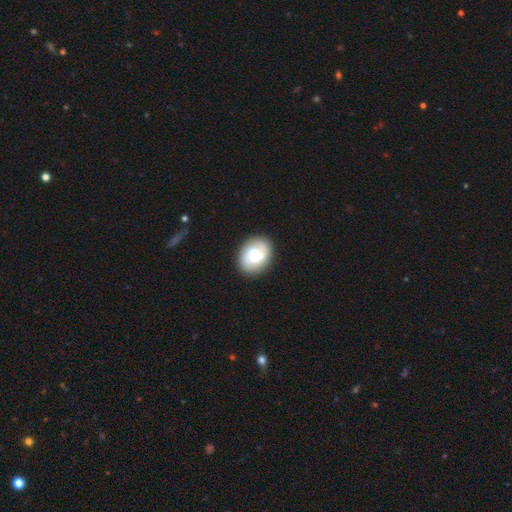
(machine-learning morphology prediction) type=featured or disk (61%); edge-on=no (98%); bar=weak (46%); spiral arms=yes (86%); winding=medium (42%); arm count=2 (72%); bulge=moderate (39%); merging=none (76%).